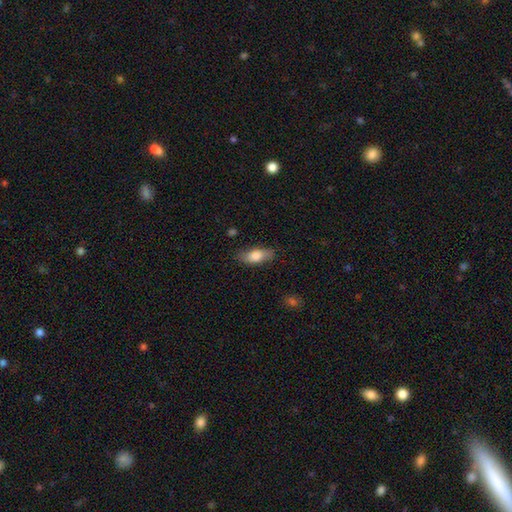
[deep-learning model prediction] smooth 78%, featured or disk 15%, star or artifact 6%. Down the decision tree: how rounded — in between (79%); merging — none (81%).